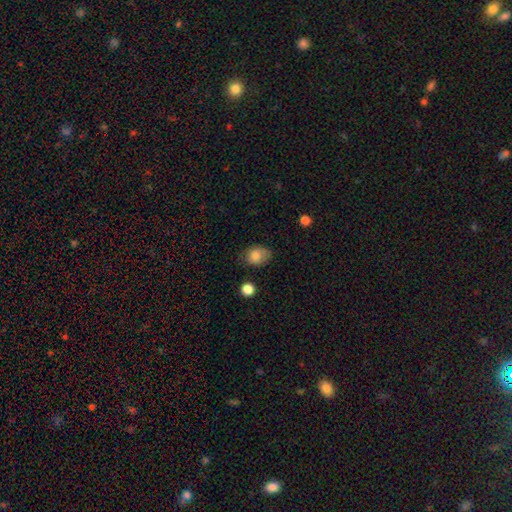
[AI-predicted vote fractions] The model was most divided on "how rounded": in between: 62%, round: 37%, cigar-shaped: 1%. More confident: smooth or featured — smooth (84%); merging — none (65%).